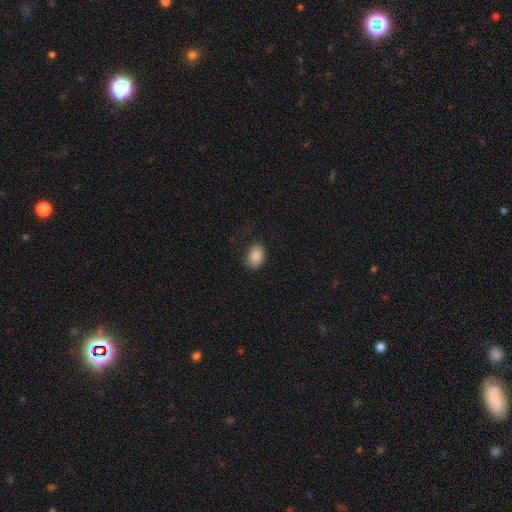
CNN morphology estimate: Smooth or featured? Predicted: smooth (p=0.88). How rounded? Predicted: in between (p=0.79). Merging? Predicted: none (p=0.74).